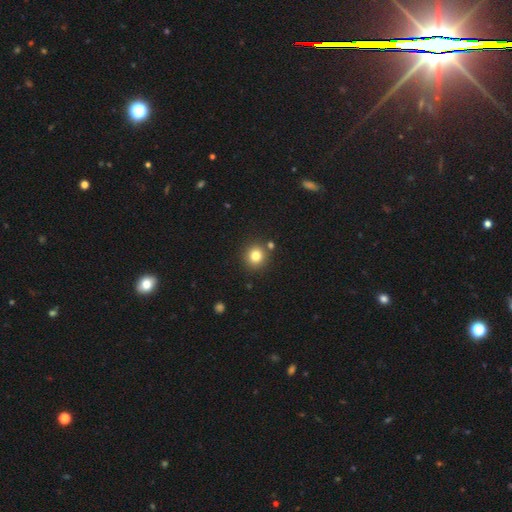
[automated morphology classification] type=smooth (80%); roundness=round (90%); merging=none (84%).